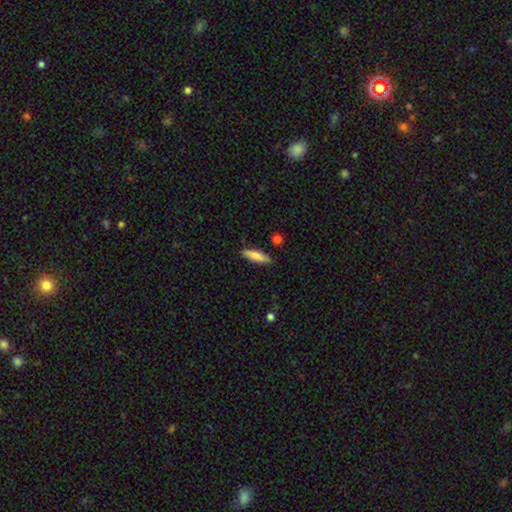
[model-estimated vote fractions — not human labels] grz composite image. It shows a smooth galaxy with no disk features (78%) that is cigar-shaped (60%). Merging: none (85%).